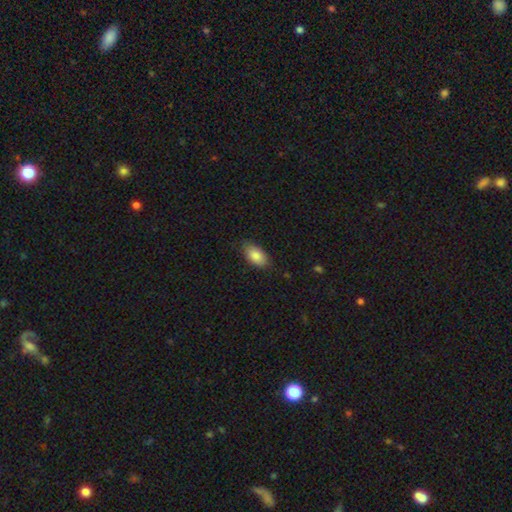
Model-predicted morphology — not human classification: This is clearly a smooth galaxy (86%). How rounded: clearly in between (94%). Merging: clearly none (80%).